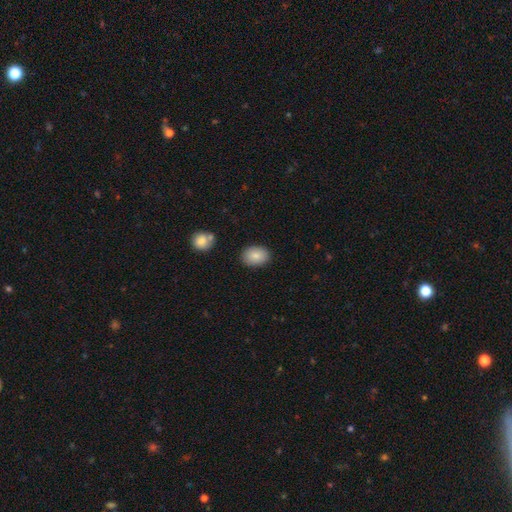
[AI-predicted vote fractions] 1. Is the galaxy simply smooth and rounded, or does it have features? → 86% smooth, 7% star or artifact, 7% featured or disk.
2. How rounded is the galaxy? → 71% in between, 27% round, 1% cigar-shaped.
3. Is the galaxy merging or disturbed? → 86% none, 10% minor disturbance, 2% major disturbance, 2% merger.